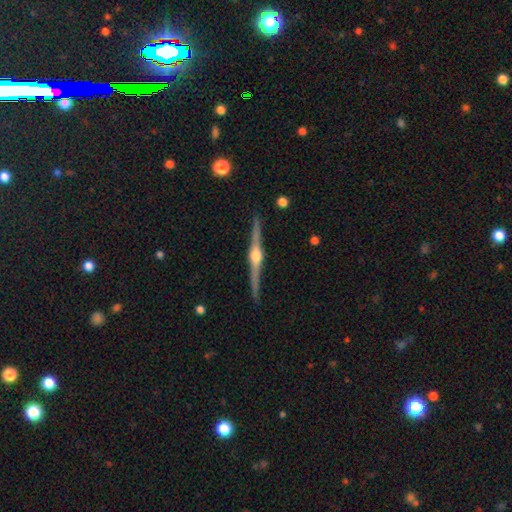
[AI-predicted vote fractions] featured or disk 87%, smooth 8%, star or artifact 5%. Down the decision tree: edge-on disk — yes (99%); edge-on bulge — rounded (95%); merging — none (90%).